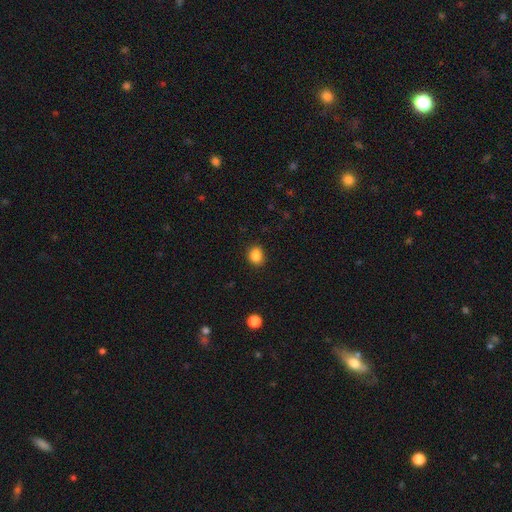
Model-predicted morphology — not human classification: Smooth or featured? smooth (85%)
How rounded? round (60%)
Merging? none (84%)